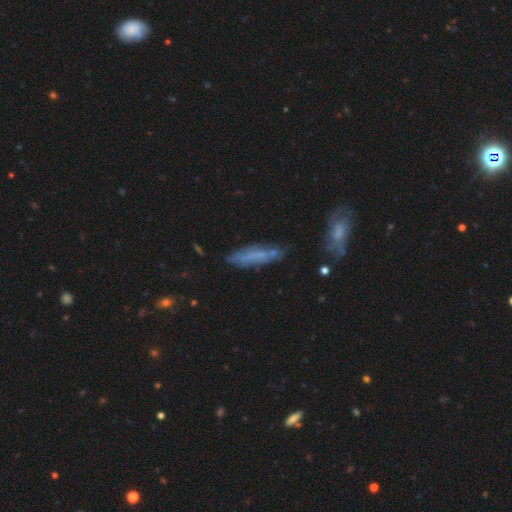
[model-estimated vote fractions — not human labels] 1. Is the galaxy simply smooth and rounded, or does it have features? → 57% smooth, 31% featured or disk, 11% star or artifact.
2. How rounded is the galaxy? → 74% cigar-shaped, 23% in between, 2% round.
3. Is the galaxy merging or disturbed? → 65% none, 21% minor disturbance, 7% major disturbance, 7% merger.